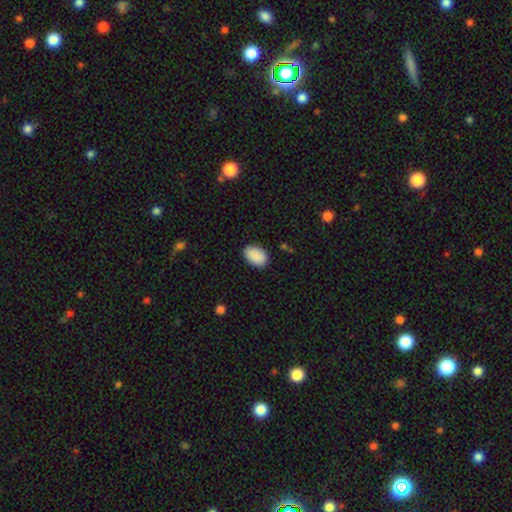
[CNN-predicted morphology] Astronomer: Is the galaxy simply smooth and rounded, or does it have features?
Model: smooth — 90%.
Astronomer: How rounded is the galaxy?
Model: in between — 90%.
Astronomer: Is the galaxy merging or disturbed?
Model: none — 86%.